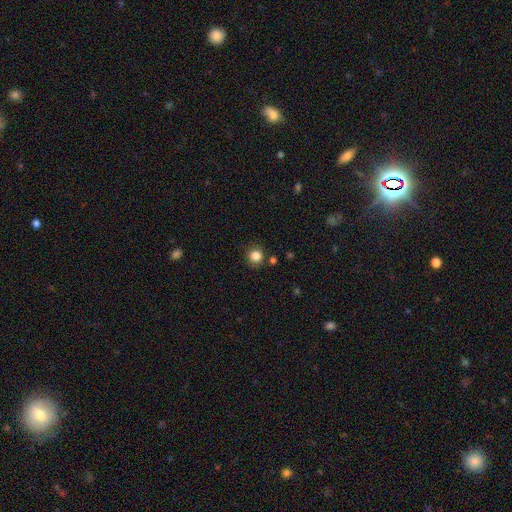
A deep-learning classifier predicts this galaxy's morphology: Overall: smooth (84%). How rounded: round (93%). Merging: none (86%).